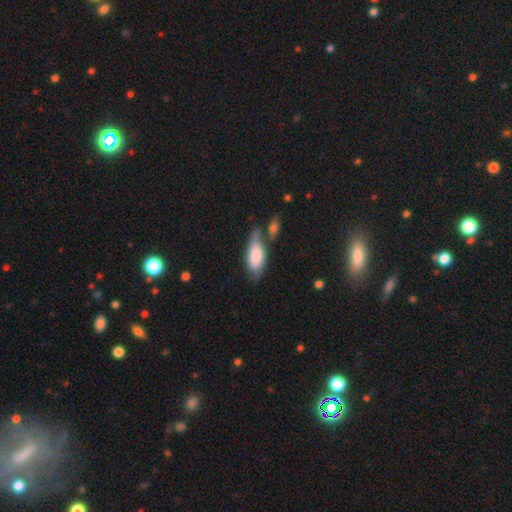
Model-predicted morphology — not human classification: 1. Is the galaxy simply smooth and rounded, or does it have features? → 77% smooth, 17% featured or disk, 6% star or artifact.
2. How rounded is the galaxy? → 83% in between, 15% cigar-shaped, 2% round.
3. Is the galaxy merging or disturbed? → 42% none, 25% merger, 23% minor disturbance, 9% major disturbance.